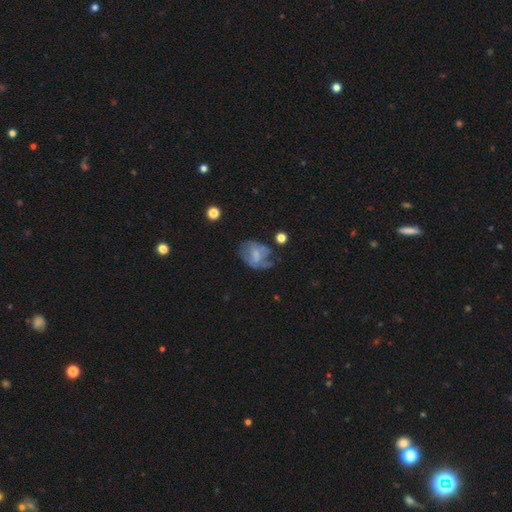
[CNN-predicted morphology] smooth_or_featured: smooth (p=0.47) [alt: featured or disk p=0.42]
merging: none (p=0.35) [alt: major disturbance p=0.31]